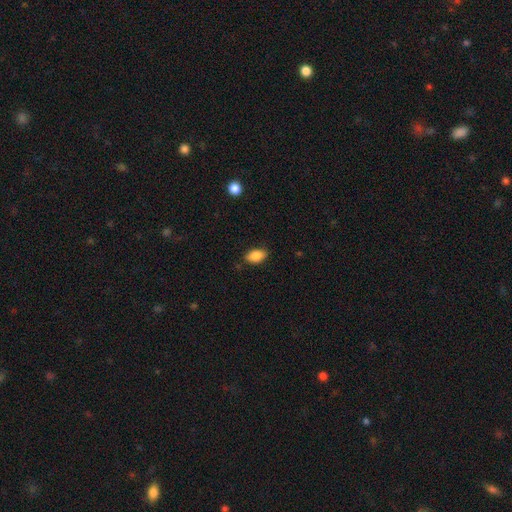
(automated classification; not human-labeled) The model was most divided on "merging": none: 83%, minor disturbance: 13%, major disturbance: 3%, merger: 1%. More confident: how rounded — in between (90%); smooth or featured — smooth (86%).